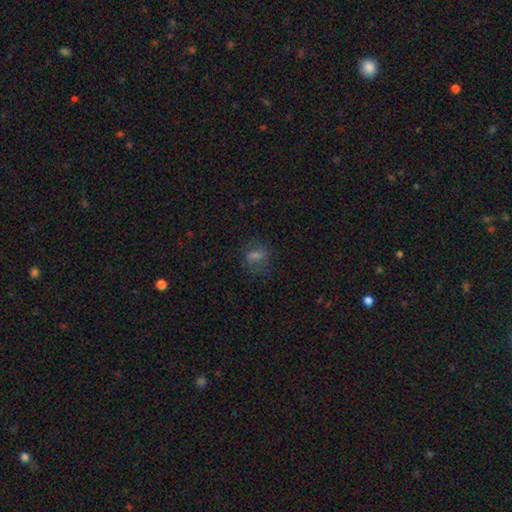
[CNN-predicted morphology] smooth-or-featured: smooth: 57% | star or artifact: 22% | featured or disk: 21%
  how-rounded: in between: 60% | round: 35% | cigar-shaped: 6%
  merging: none: 68% | minor disturbance: 18% | major disturbance: 12% | merger: 2%